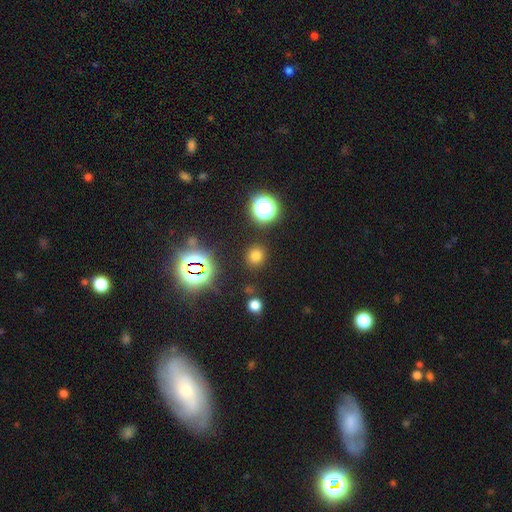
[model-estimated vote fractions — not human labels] Q: Smooth or featured?
A: smooth (71%); runner-up: star or artifact (23%)
Q: How rounded?
A: round (87%); runner-up: in between (12%)
Q: Merging?
A: none (88%); runner-up: minor disturbance (7%)